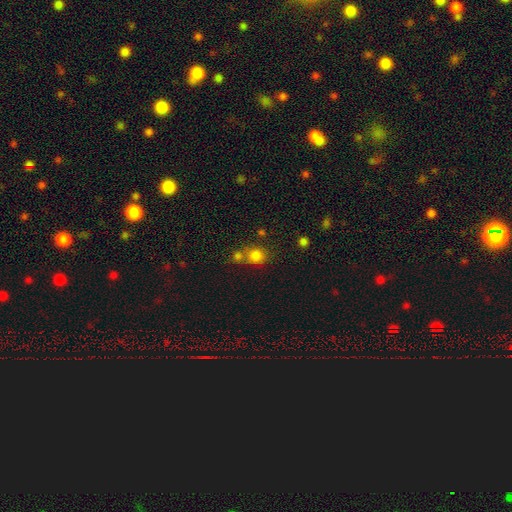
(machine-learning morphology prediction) Smooth or featured? Predicted: smooth (p=0.80). How rounded? Predicted: round (p=0.75). Merging? Predicted: none (p=0.50).